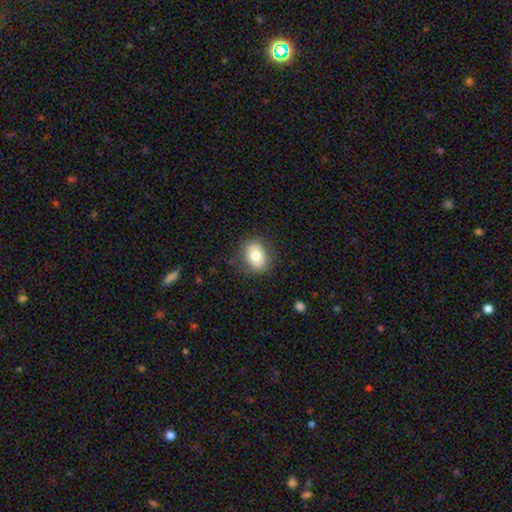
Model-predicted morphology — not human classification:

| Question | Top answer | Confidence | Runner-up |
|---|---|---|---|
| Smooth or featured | smooth | 73% | featured or disk (19%) |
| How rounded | in between | 53% | round (46%) |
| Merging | none | 82% | minor disturbance (13%) |